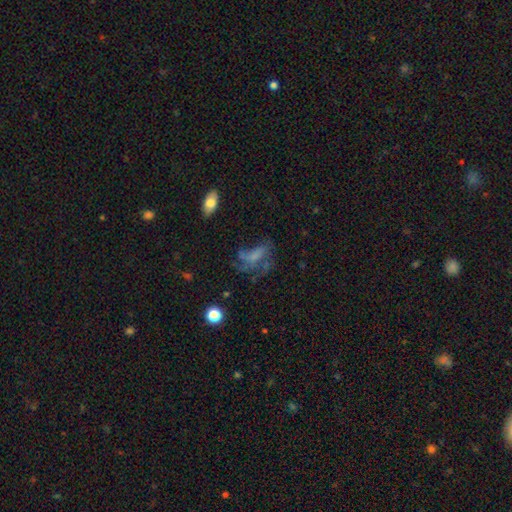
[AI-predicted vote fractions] Morphology: type=featured or disk (51%); edge-on=no (92%); merging=none (45%).